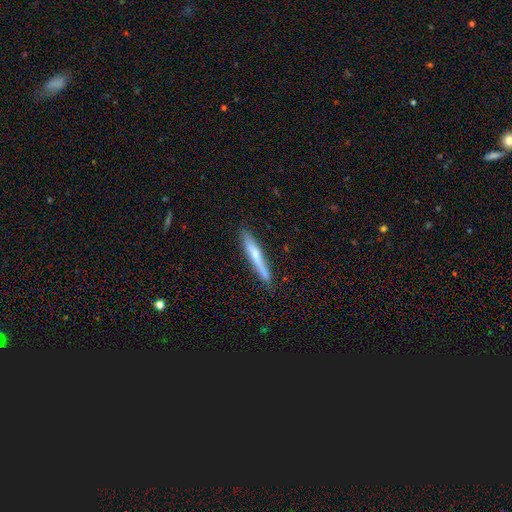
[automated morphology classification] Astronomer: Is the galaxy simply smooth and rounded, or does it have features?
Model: smooth — 52% (runner-up: featured or disk, 42%).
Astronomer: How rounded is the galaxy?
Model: cigar-shaped — 94%.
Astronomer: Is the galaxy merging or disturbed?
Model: none — 83%.